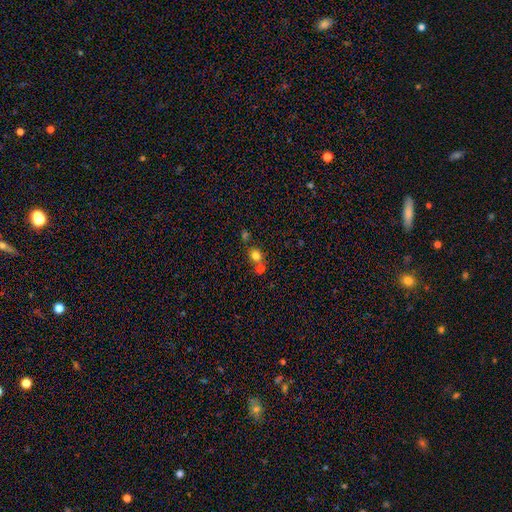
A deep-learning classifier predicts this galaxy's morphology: Overall: smooth (78%). How rounded: round (78%). Merging: none (64%; merger 24%).